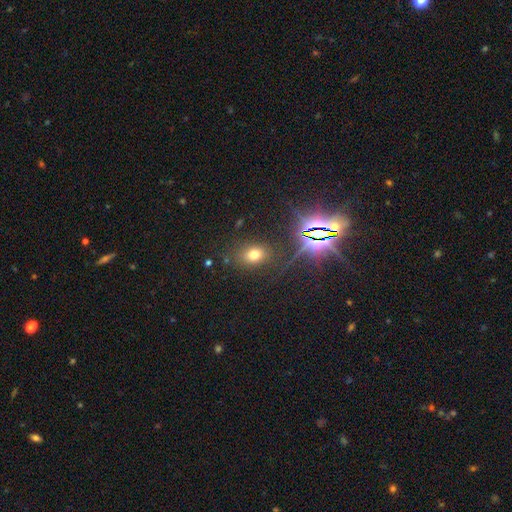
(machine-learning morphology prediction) This is possibly a smooth galaxy (51%). How rounded: likely in between (66%). Merging: clearly none (84%).